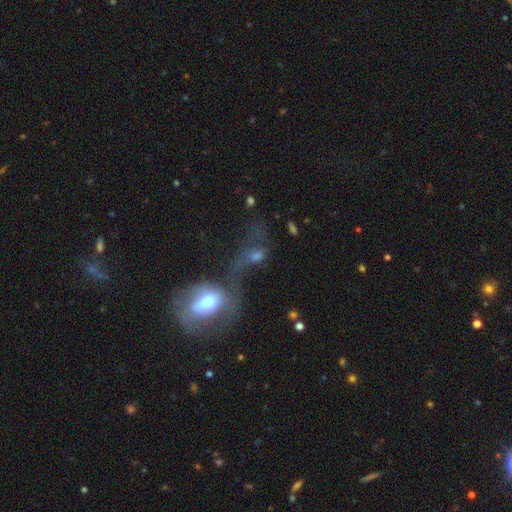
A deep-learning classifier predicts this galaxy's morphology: This is marginally a smooth galaxy (45%). Merging: marginally merger (45%).